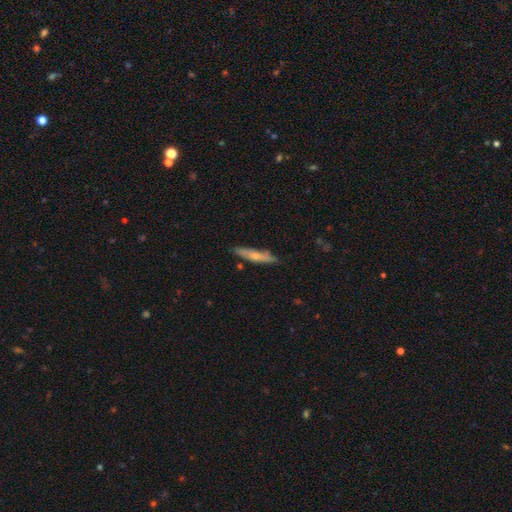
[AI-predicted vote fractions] Smooth or featured: smooth — 54% (featured or disk — 40%)
How rounded: cigar-shaped — 89% (in between — 10%)
Merging: none — 81% (minor disturbance — 14%)